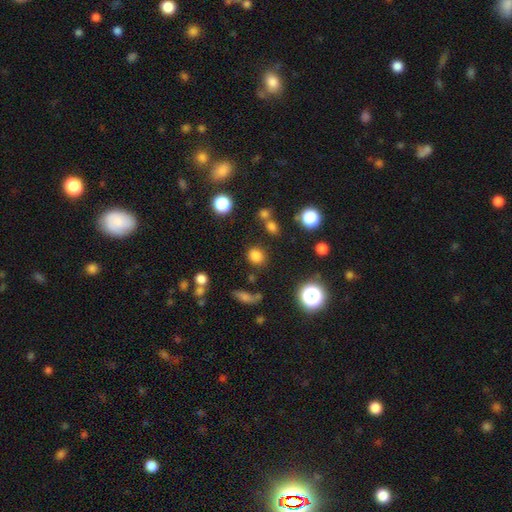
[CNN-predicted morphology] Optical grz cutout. It shows a smooth galaxy with no disk features (77%) that is round (75%). Merging: none (78%).